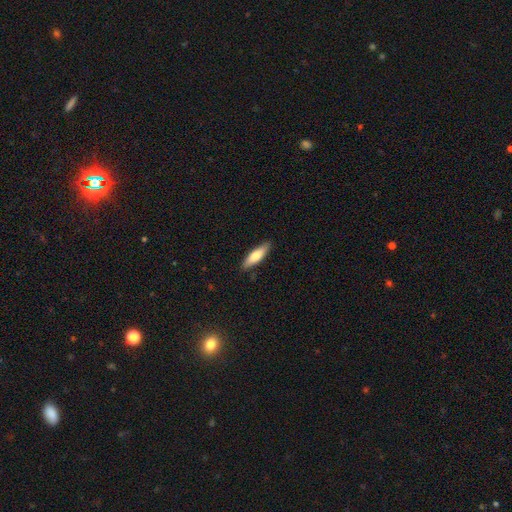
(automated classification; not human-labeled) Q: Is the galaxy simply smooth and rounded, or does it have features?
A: smooth — 71%.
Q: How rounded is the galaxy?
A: cigar-shaped — 61%.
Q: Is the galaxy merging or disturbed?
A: none — 86%.